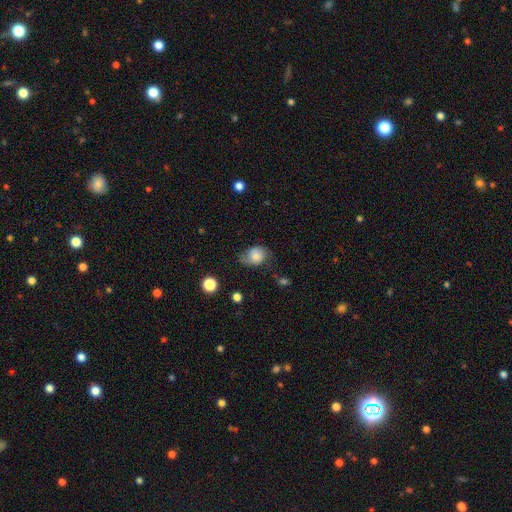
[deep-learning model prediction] Morphology: type=smooth (69%); roundness=in between (51%); merging=none (51%).